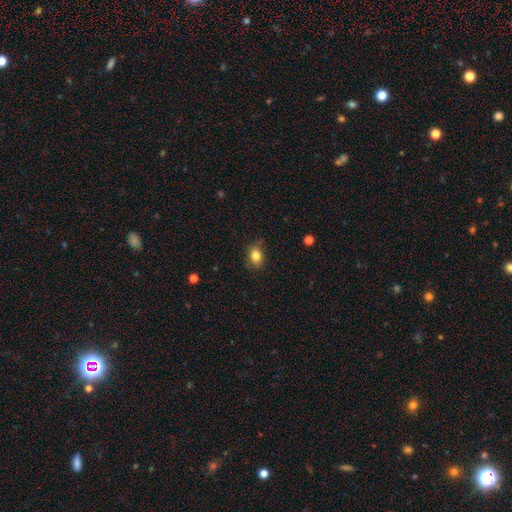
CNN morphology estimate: Smooth or featured? smooth (83%)
How rounded? in between (62%)
Merging? none (76%)